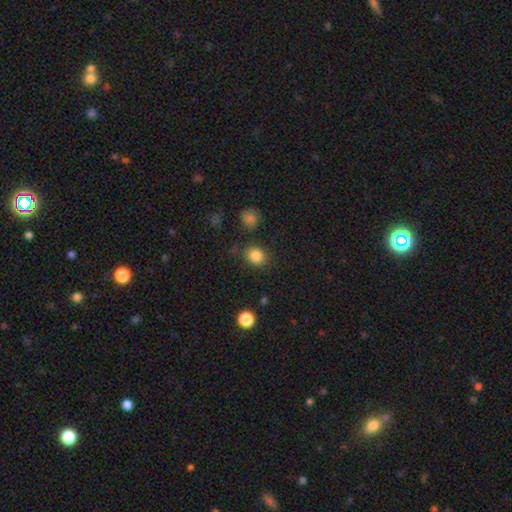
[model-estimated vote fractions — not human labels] The model was most divided on "how rounded": round: 68%, in between: 31%, cigar-shaped: 1%. More confident: smooth or featured — smooth (84%); merging — none (83%).